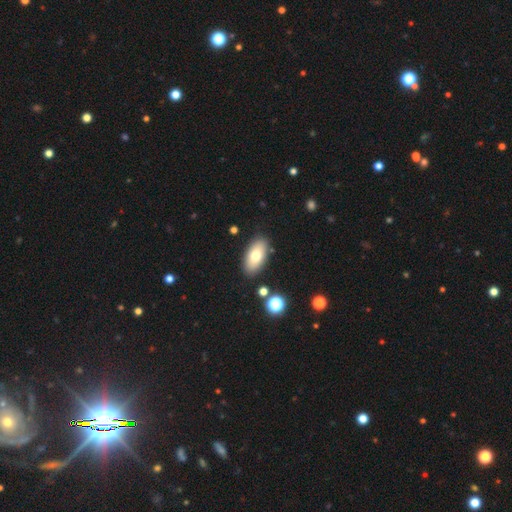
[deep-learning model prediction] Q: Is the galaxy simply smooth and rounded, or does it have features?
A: smooth — 73%.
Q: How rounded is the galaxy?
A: in between — 91%.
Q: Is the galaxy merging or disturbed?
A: none — 86%.